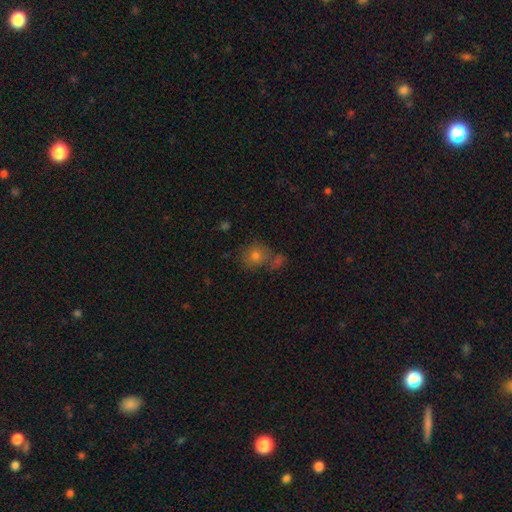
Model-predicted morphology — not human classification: smooth 69%, star or artifact 16%, featured or disk 15%. Down the decision tree: how rounded — round (79%); merging — none (57%).